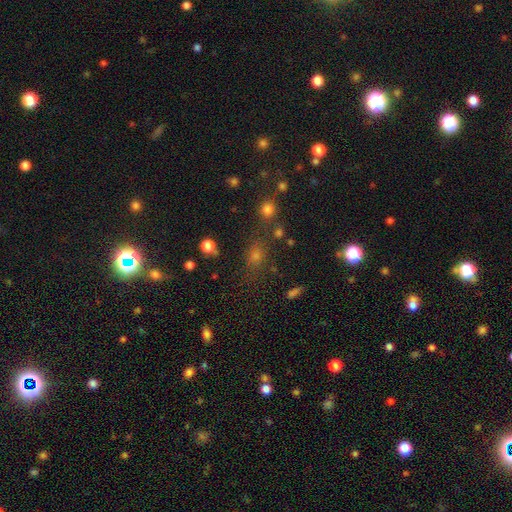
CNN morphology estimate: smooth 57%, star or artifact 33%, featured or disk 10%. Down the decision tree: how rounded — round (49%); merging — none (72%).